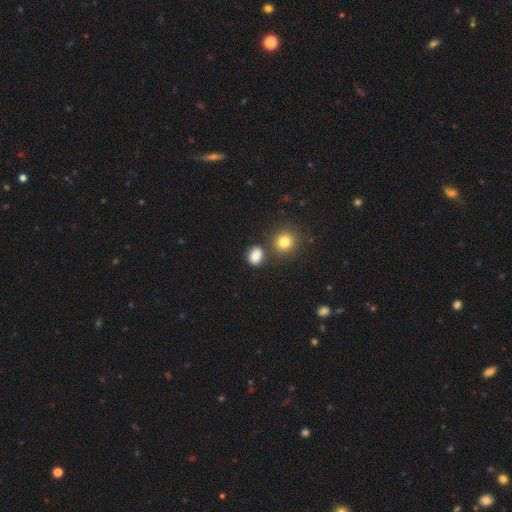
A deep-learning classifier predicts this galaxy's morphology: The model was most divided on "how rounded": in between: 51%, round: 48%, cigar-shaped: 1%. More confident: smooth or featured — smooth (85%); merging — none (71%).